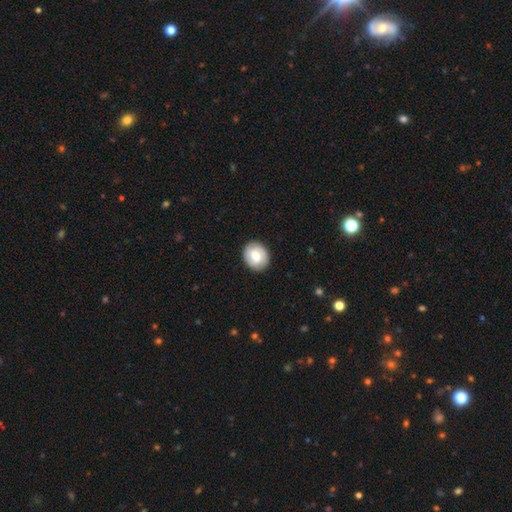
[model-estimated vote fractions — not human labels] Q: Smooth or featured?
A: smooth (62%); runner-up: featured or disk (31%)
Q: How rounded?
A: round (73%); runner-up: in between (26%)
Q: Merging?
A: none (87%); runner-up: minor disturbance (10%)